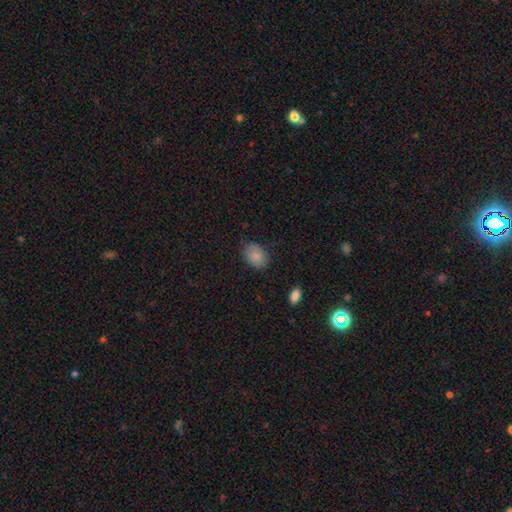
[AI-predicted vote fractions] smooth 84%, featured or disk 8%, star or artifact 8%. Down the decision tree: how rounded — in between (74%); merging — none (79%).